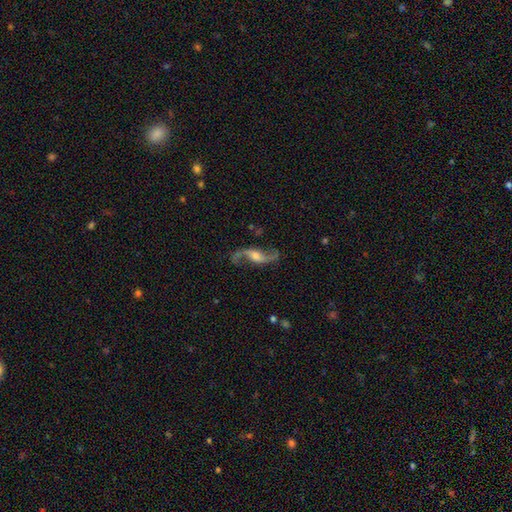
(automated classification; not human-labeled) smooth-or-featured: featured or disk: 90% | star or artifact: 5% | smooth: 5%
  disk-edge-on: no: 93% | yes: 7%
    bar: no: 44% | weak: 37% | strong: 19%
    has-spiral-arms: yes: 97% | no: 3%
      spiral-winding: loose: 87% | medium: 11% | tight: 3%
      spiral-arm-count: 2: 94% | 1: 2% | can't tell: 1% | 3: 1% | 4: 1% | more than 4: 1%
    bulge-size: moderate: 52% | small: 29% | large: 11% | none: 6% | dominant: 2%
  merging: none: 78% | minor disturbance: 12% | major disturbance: 7% | merger: 2%